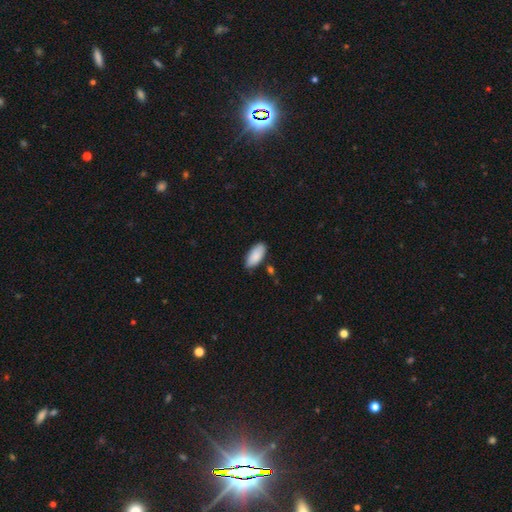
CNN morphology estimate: A smooth galaxy with no disk features (89%) that is in between round and cigar-shaped (89%). Merging: none (81%).